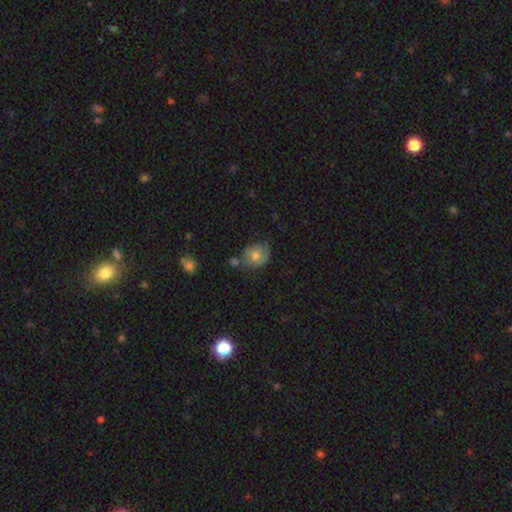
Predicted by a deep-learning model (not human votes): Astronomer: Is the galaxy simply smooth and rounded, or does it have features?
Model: smooth — 51% (runner-up: featured or disk, 40%).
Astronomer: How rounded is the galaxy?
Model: round — 61% (runner-up: in between, 37%).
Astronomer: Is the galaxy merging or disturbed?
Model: none — 56%.